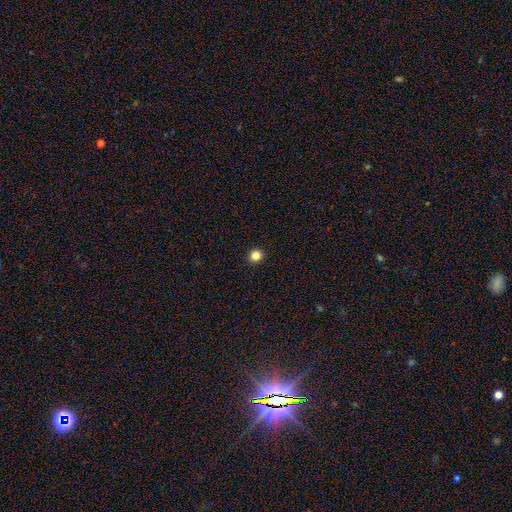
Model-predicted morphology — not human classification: Smooth or featured?
  - smooth: 84% *
  - star or artifact: 12%
  - featured or disk: 4%
How rounded?
  - round: 83% *
  - in between: 16%
  - cigar-shaped: 1%
Merging?
  - none: 93% *
  - minor disturbance: 5%
  - major disturbance: 1%
  - merger: 1%